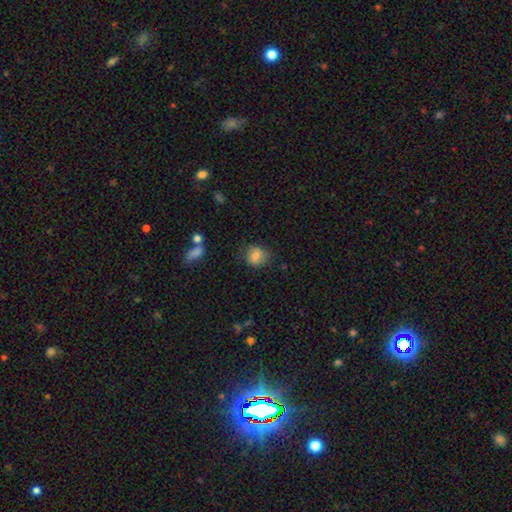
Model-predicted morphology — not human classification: Overall: smooth (81%). How rounded: round (63%; in between 36%). Merging: none (73%).